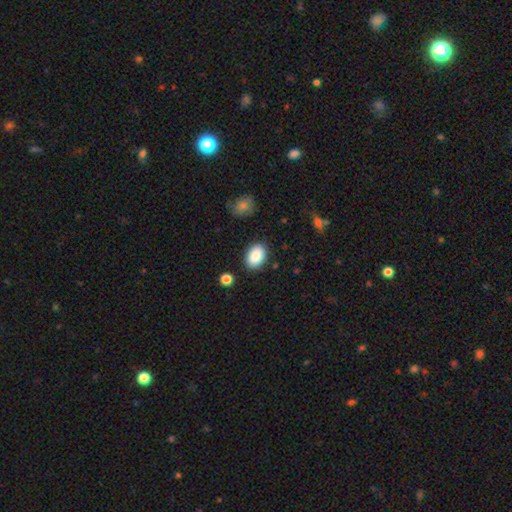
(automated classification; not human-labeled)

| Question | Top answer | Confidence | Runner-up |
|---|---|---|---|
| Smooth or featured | smooth | 87% | star or artifact (7%) |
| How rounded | in between | 82% | round (17%) |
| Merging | none | 86% | minor disturbance (9%) |